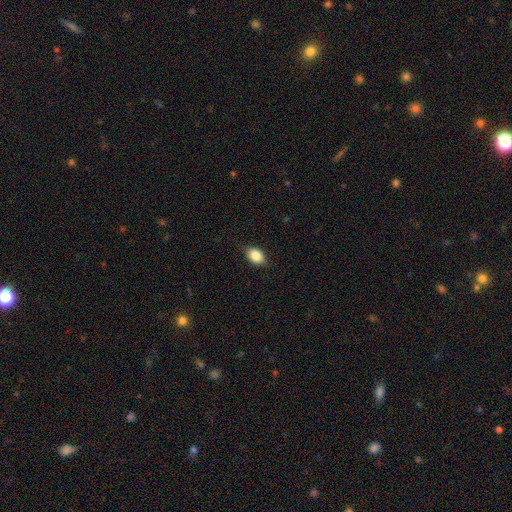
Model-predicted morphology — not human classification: Smooth or featured?
  - smooth: 85% *
  - star or artifact: 8%
  - featured or disk: 7%
How rounded?
  - in between: 79% *
  - round: 19%
  - cigar-shaped: 2%
Merging?
  - none: 79% *
  - minor disturbance: 17%
  - major disturbance: 3%
  - merger: 1%